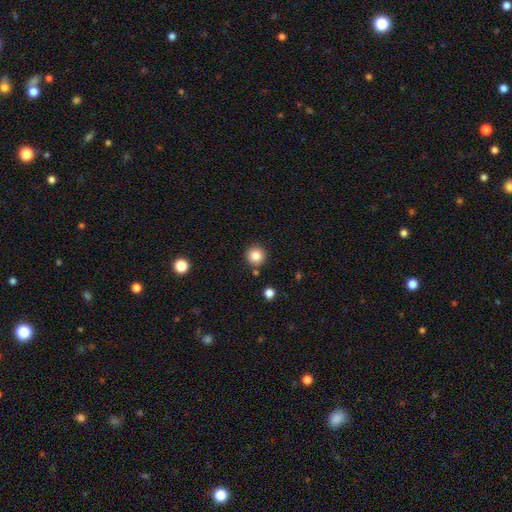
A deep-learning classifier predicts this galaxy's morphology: Smooth or featured? smooth (83%)
How rounded? round (94%)
Merging? none (85%)